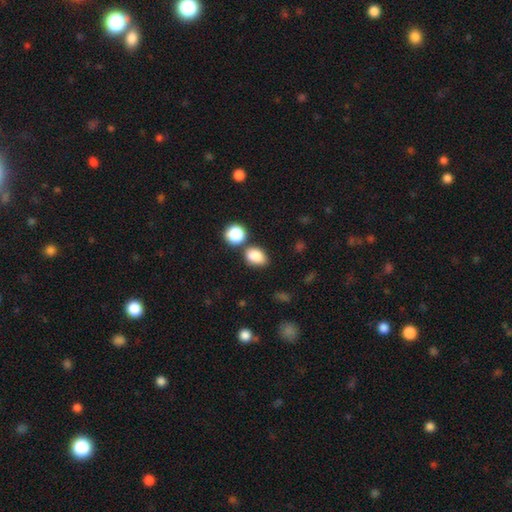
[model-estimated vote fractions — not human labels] Smooth or featured? Predicted: smooth (p=0.84). How rounded? Predicted: in between (p=0.75). Merging? Predicted: none (p=0.68).